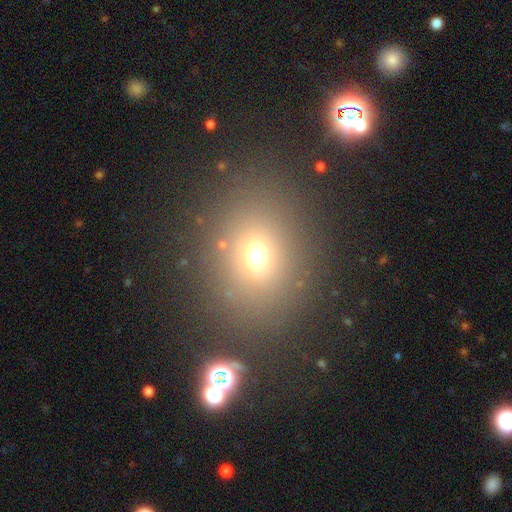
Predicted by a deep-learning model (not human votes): Smooth or featured?
  - smooth: 67% *
  - star or artifact: 23%
  - featured or disk: 10%
How rounded?
  - round: 62% *
  - in between: 37%
  - cigar-shaped: 1%
Merging?
  - none: 82% *
  - minor disturbance: 8%
  - major disturbance: 6%
  - merger: 4%